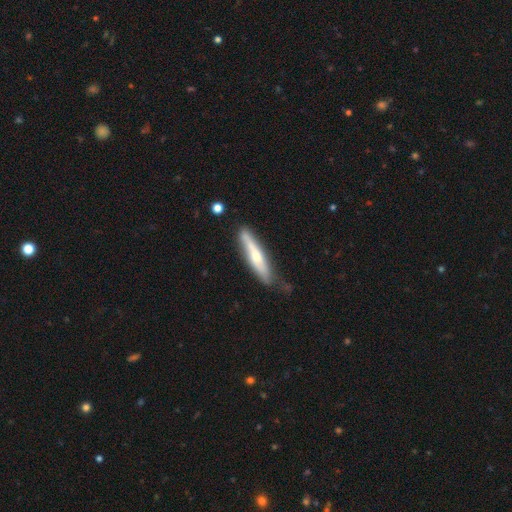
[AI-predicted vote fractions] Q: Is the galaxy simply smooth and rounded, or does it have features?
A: smooth — 49%.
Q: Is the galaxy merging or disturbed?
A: none — 65%.